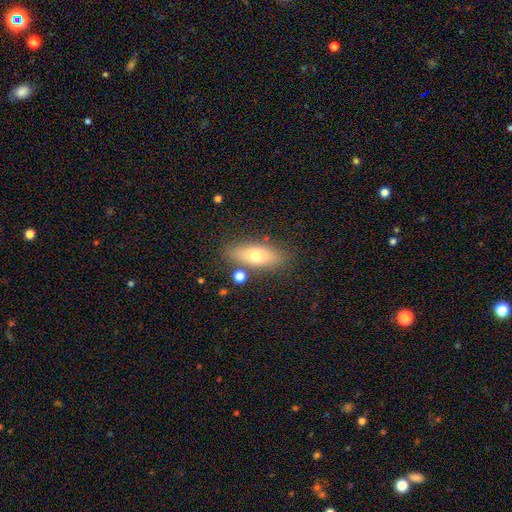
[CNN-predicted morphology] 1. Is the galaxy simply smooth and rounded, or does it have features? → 65% smooth, 27% featured or disk, 8% star or artifact.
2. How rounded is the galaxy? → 67% in between, 29% cigar-shaped, 5% round.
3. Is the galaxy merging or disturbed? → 79% none, 12% minor disturbance, 6% merger, 4% major disturbance.